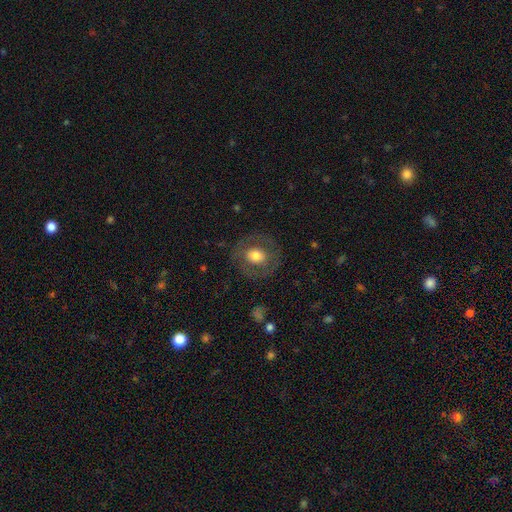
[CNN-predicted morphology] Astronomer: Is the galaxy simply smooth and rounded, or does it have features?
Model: smooth — 59% (runner-up: featured or disk, 34%).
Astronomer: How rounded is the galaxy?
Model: round — 78%.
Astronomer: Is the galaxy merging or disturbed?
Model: none — 80%.